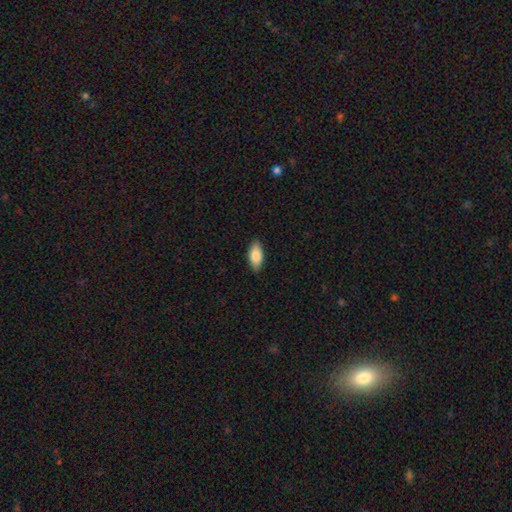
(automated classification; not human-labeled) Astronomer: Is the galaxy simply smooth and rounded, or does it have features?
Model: smooth — 83%.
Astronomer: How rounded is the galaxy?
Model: in between — 90%.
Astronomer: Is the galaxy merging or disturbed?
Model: none — 88%.